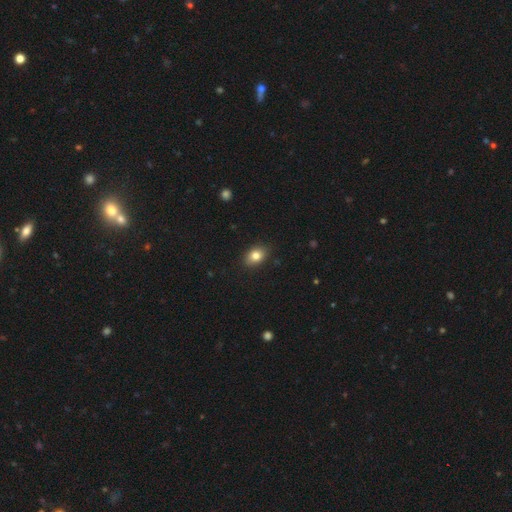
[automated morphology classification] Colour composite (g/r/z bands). It shows a smooth galaxy with no disk features (82%) that is in between round and cigar-shaped (77%). Merging: none (88%).